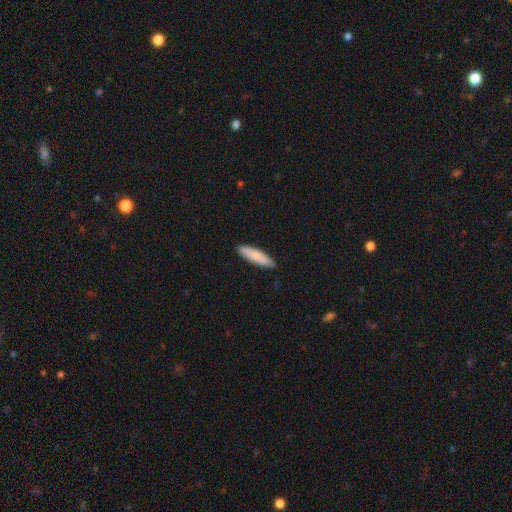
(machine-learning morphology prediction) Smooth or featured?
  - smooth: 83% *
  - featured or disk: 12%
  - star or artifact: 5%
How rounded?
  - cigar-shaped: 72% *
  - in between: 27%
  - round: 1%
Merging?
  - none: 86% *
  - minor disturbance: 11%
  - major disturbance: 2%
  - merger: 1%